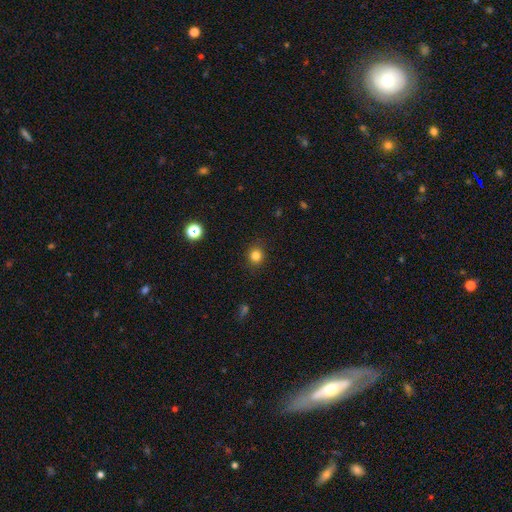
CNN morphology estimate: A smooth galaxy with no disk features (82%) that is round (84%). Merging: none (89%).